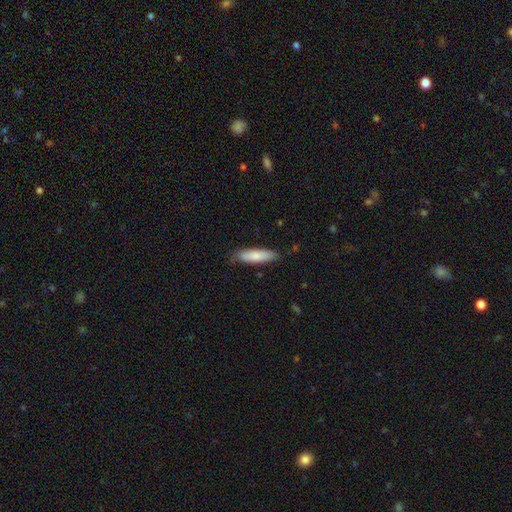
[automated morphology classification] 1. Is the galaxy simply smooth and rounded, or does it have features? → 79% smooth, 16% featured or disk, 5% star or artifact.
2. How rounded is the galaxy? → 64% cigar-shaped, 35% in between, 1% round.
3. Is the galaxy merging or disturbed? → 77% none, 18% minor disturbance, 3% major disturbance, 1% merger.